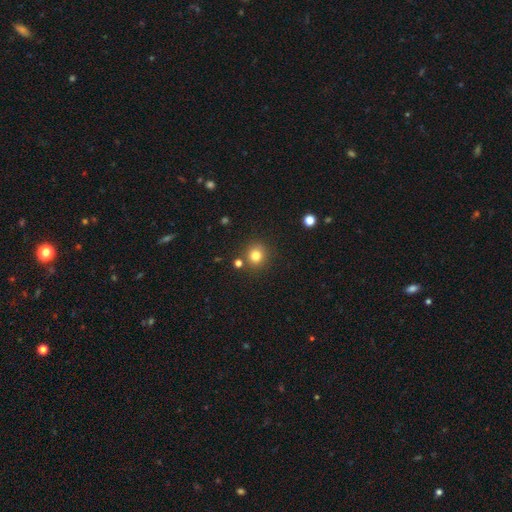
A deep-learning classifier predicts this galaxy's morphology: Overall: smooth (79%). How rounded: round (89%). Merging: none (83%).